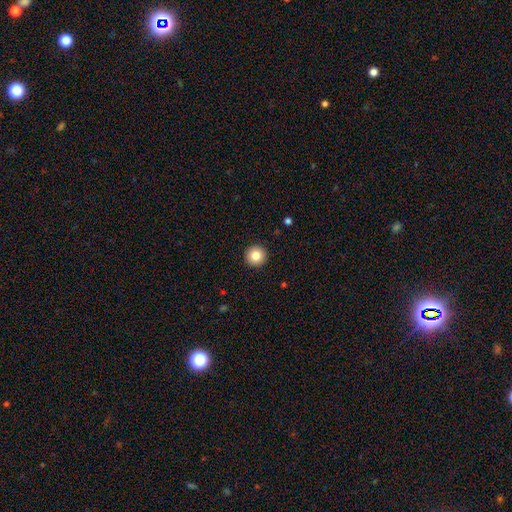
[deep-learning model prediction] smooth 83%, star or artifact 10%, featured or disk 7%. Down the decision tree: how rounded — round (96%); merging — none (93%).